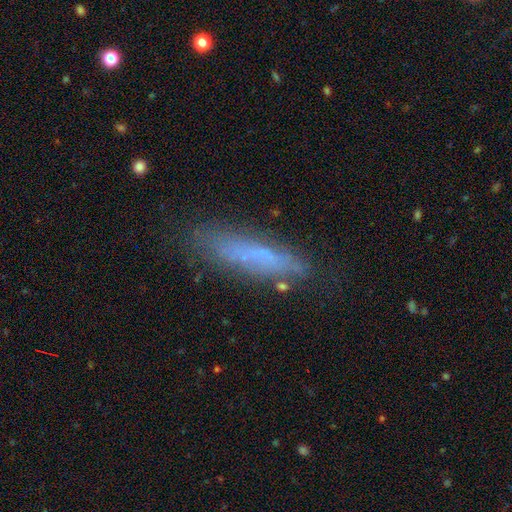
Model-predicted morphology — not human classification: Overall: smooth (57%; featured or disk 33%). How rounded: cigar-shaped (80%). Merging: none (75%).